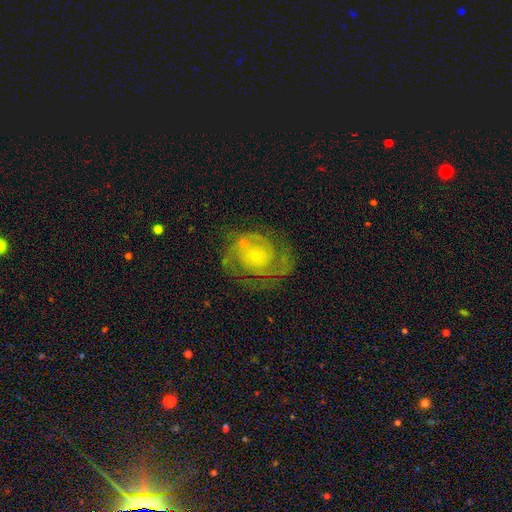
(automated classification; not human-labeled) Overall: featured or disk (87%). Edge-on disk: no (98%). Bar: no (77%). Spiral arms: yes (97%). Spiral arm count: 2 (68%). Spiral winding: tight (59%; medium 34%). Bulge size: small (78%). Merging: none (73%).